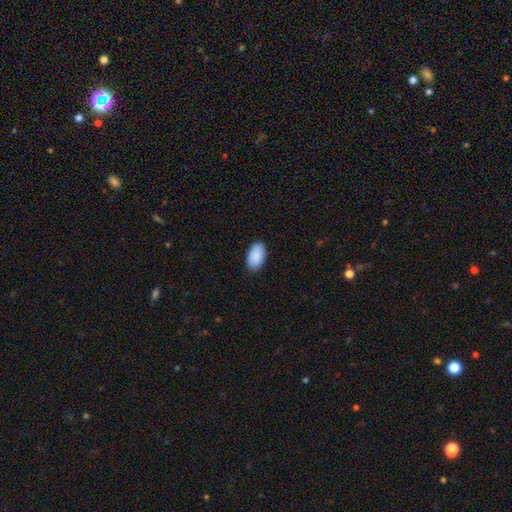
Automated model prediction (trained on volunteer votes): Morphology: type=smooth (91%); roundness=in between (95%); merging=none (87%).